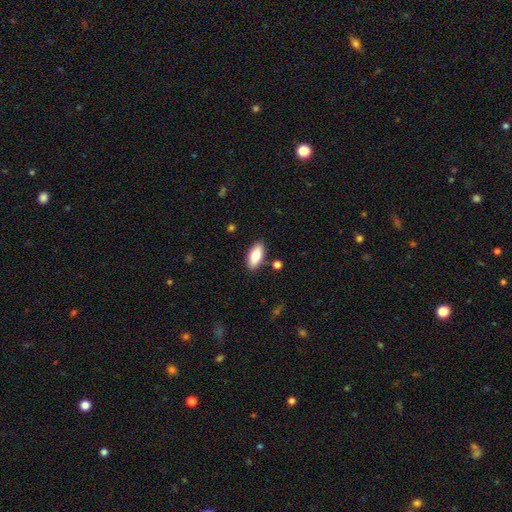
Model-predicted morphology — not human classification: Q: Smooth or featured?
A: smooth (81%); runner-up: featured or disk (13%)
Q: How rounded?
A: in between (87%); runner-up: cigar-shaped (10%)
Q: Merging?
A: none (87%); runner-up: minor disturbance (9%)